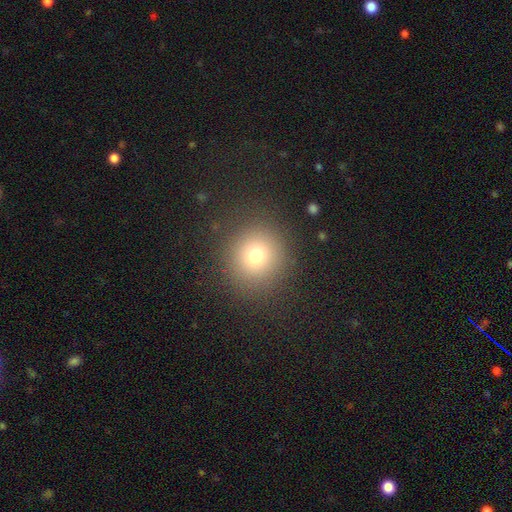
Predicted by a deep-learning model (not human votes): Smooth or featured? smooth (74%)
How rounded? round (91%)
Merging? none (88%)